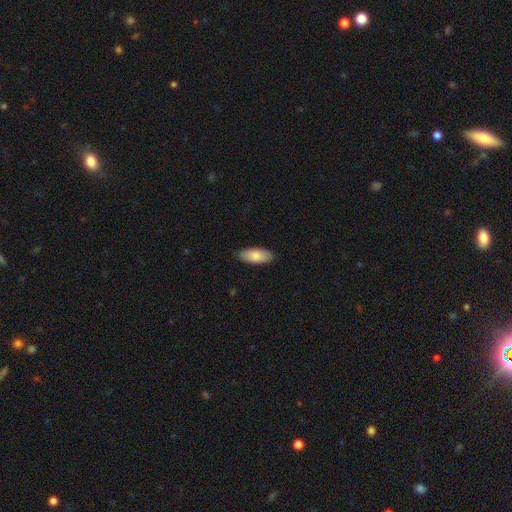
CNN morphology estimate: The model was most divided on "smooth or featured": smooth: 83%, featured or disk: 12%, star or artifact: 6%. More confident: merging — none (86%); how rounded — in between (85%).